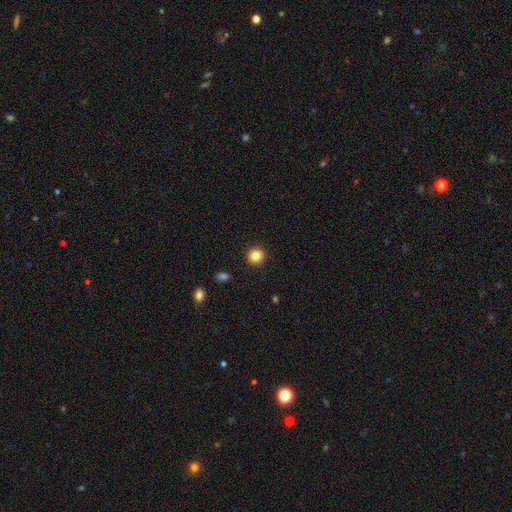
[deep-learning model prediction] A smooth galaxy with no disk features (84%) that is round (94%).

Vote fractions:
- Smooth or featured? smooth: 84% / star or artifact: 11% / featured or disk: 5%
- How rounded? round: 94% / in between: 5% / cigar-shaped: 1%
- Merging? none: 93% / minor disturbance: 4% / major disturbance: 2% / merger: 1%